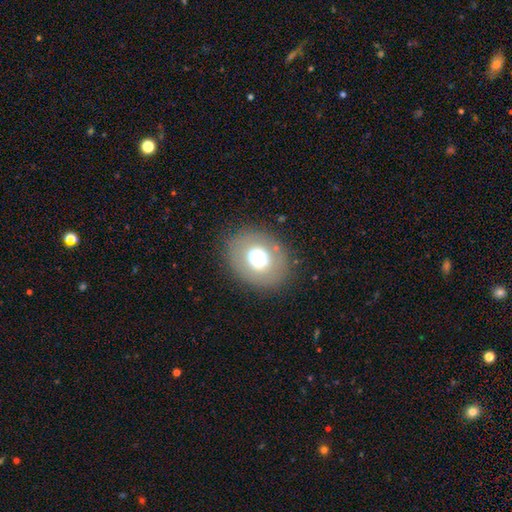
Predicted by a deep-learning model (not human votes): Smooth or featured? smooth (60%)
How rounded? round (52%)
Merging? none (83%)